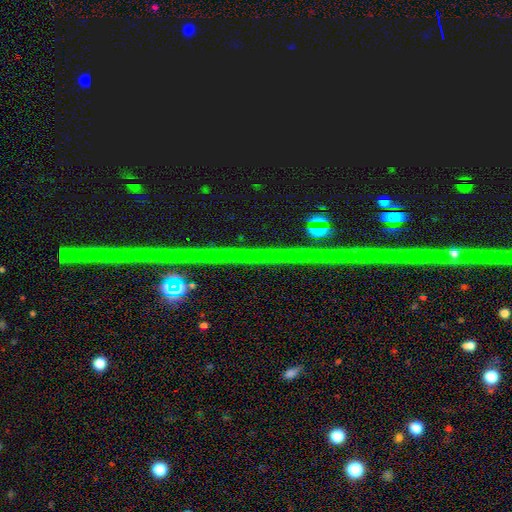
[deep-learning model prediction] Overall: star or artifact (86%).